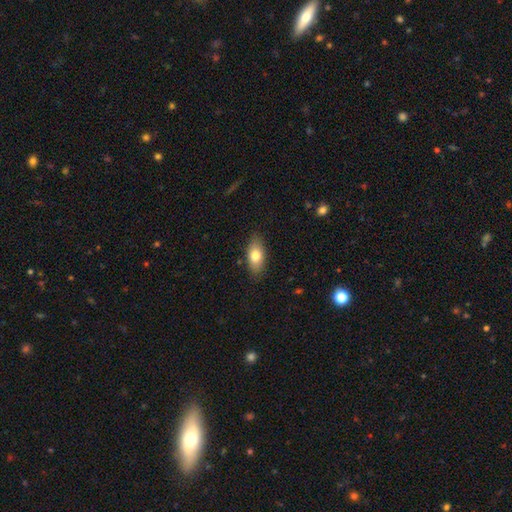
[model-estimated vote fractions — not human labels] A smooth galaxy with no disk features (76%) that is in between round and cigar-shaped (88%). Merging: none (85%).